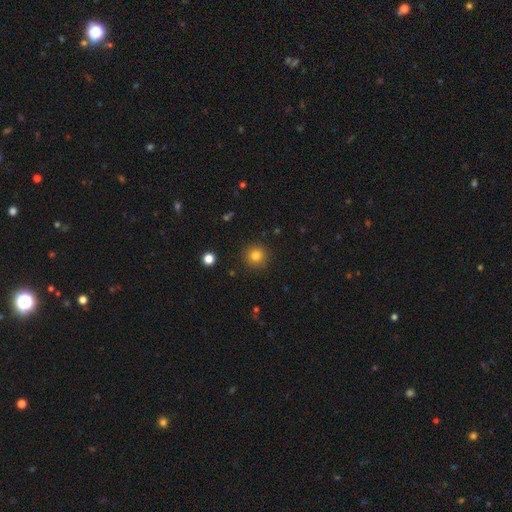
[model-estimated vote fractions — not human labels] A smooth galaxy with no disk features (82%) that is round (95%). Merging: none (91%).